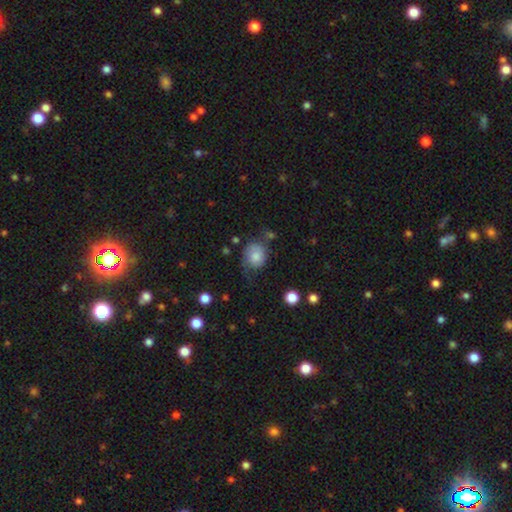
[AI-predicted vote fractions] Overall: smooth (72%). How rounded: round (61%; in between 38%). Merging: none (47%; minor disturbance 31%).